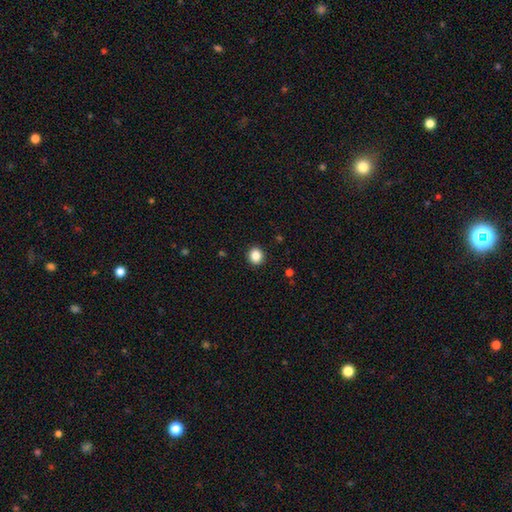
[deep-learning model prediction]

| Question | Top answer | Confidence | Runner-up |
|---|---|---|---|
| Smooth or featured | smooth | 86% | star or artifact (10%) |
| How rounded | round | 87% | in between (12%) |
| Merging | none | 92% | minor disturbance (5%) |